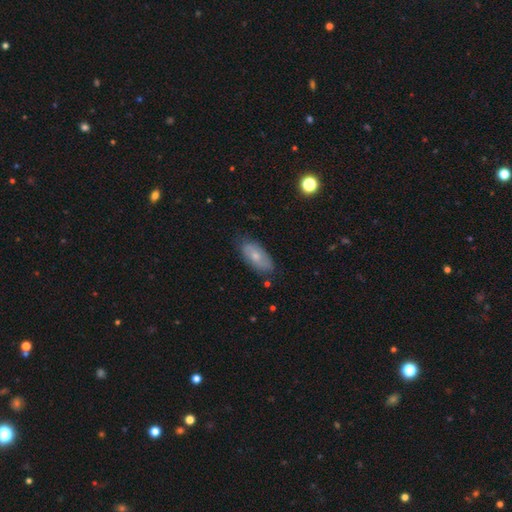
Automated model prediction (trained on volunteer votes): Smooth or featured? Predicted: smooth (p=0.52). How rounded? Predicted: in between (p=0.87). Merging? Predicted: none (p=0.76).